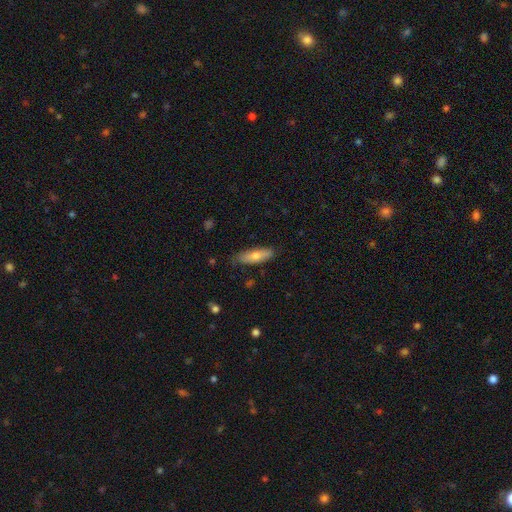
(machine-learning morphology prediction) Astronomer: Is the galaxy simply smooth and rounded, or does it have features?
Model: smooth — 69%.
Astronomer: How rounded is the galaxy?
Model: cigar-shaped — 50% (runner-up: in between, 48%).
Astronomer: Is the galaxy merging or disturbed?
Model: none — 79%.